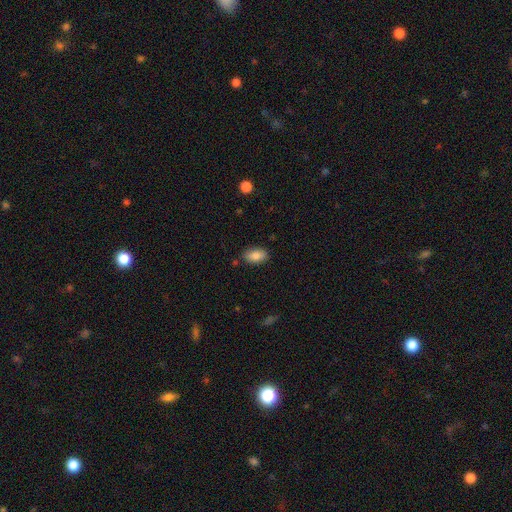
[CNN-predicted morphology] The model was most divided on "merging": none: 85%, minor disturbance: 11%, major disturbance: 2%, merger: 2%. More confident: how rounded — in between (92%); smooth or featured — smooth (85%).